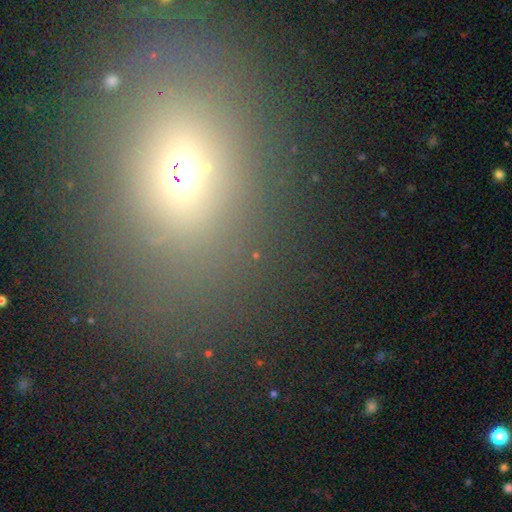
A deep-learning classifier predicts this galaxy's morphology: Smooth or featured? Predicted: star or artifact (p=0.60).